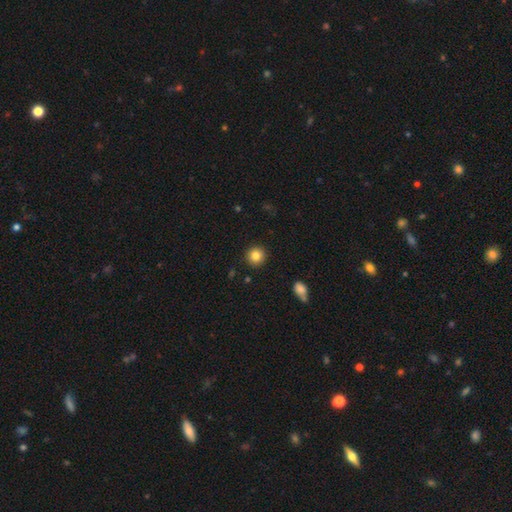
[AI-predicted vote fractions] A smooth galaxy with no disk features (84%) that is round (94%).

Vote fractions:
- Smooth or featured? smooth: 84% / star or artifact: 10% / featured or disk: 6%
- How rounded? round: 94% / in between: 5% / cigar-shaped: 1%
- Merging? none: 92% / minor disturbance: 5% / major disturbance: 2% / merger: 1%